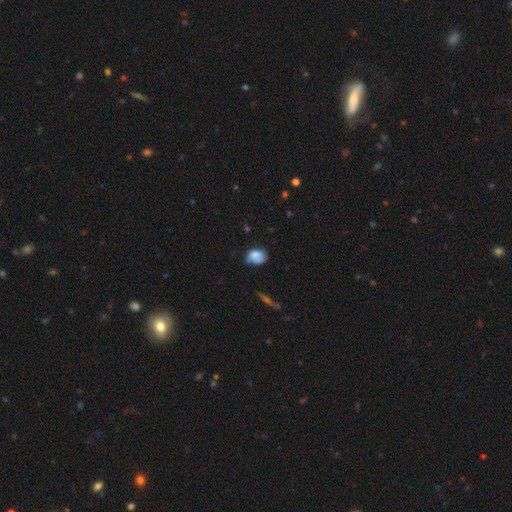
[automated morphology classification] A smooth galaxy with no disk features (66%) that is in between round and cigar-shaped (70%). Merging: none (43%).